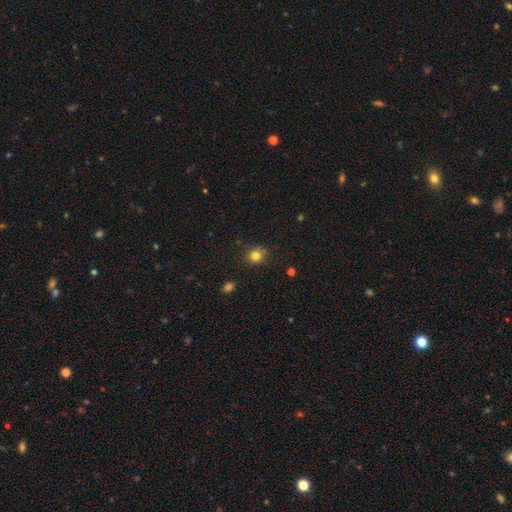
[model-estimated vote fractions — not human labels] This appears to be a smooth galaxy with no disk features (80%) that is round (86%). Merging: none (82%).